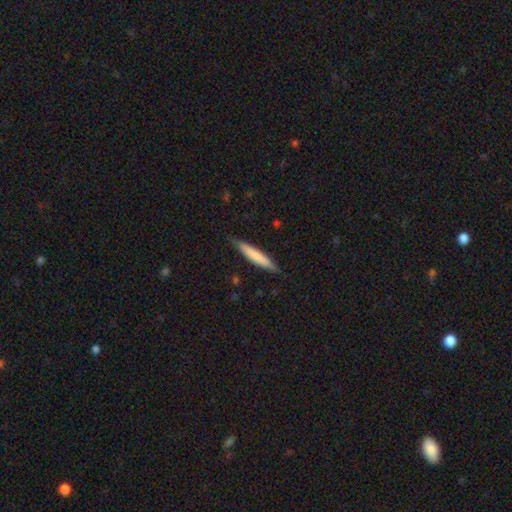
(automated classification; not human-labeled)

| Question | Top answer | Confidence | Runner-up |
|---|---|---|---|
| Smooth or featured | smooth | 72% | featured or disk (23%) |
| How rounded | cigar-shaped | 92% | in between (6%) |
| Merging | none | 83% | minor disturbance (14%) |